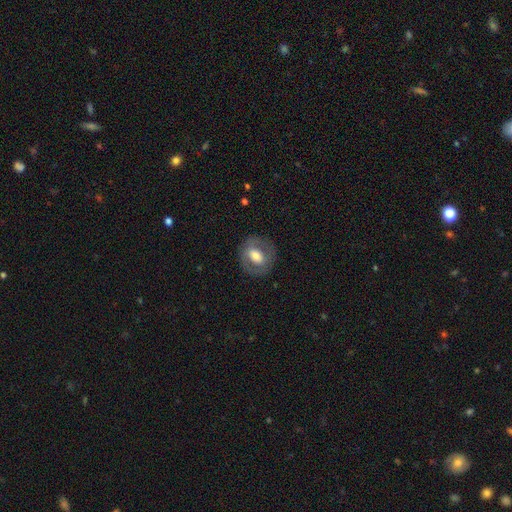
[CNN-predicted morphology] The model was most divided on "smooth or featured": smooth: 50%, featured or disk: 43%, star or artifact: 7%. More confident: merging — none (81%); how rounded — round (60%).